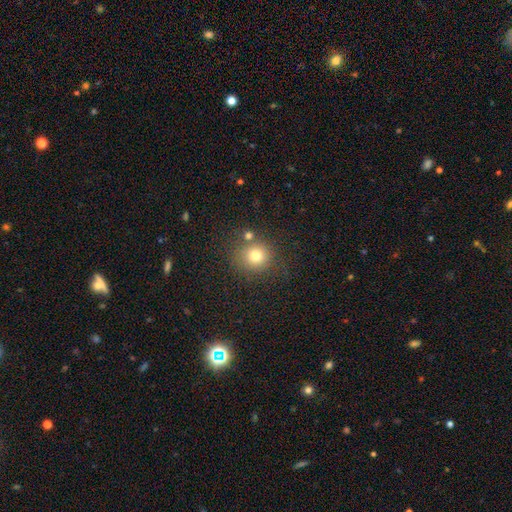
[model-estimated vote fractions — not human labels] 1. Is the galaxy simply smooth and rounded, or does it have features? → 76% smooth, 15% star or artifact, 9% featured or disk.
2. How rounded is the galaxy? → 89% round, 10% in between, 1% cigar-shaped.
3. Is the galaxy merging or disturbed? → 74% none, 11% merger, 11% minor disturbance, 4% major disturbance.